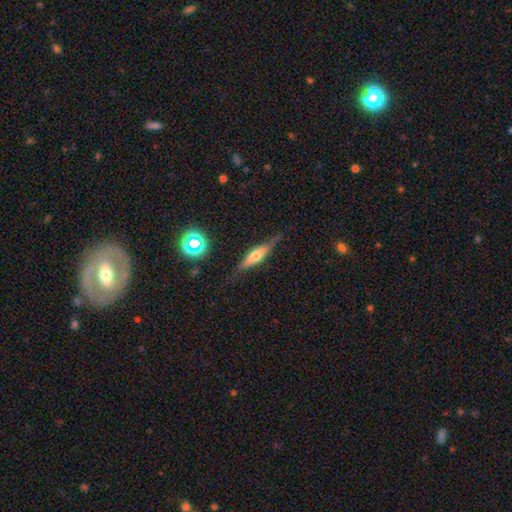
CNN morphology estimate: Smooth or featured?
  - featured or disk: 57% *
  - smooth: 34%
  - star or artifact: 9%
Edge-on disk?
  - yes: 92% *
  - no: 8%
Edge-on bulge?
  - rounded: 81% *
  - boxy: 12%
  - none: 7%
Merging?
  - none: 76% *
  - minor disturbance: 18%
  - major disturbance: 5%
  - merger: 2%